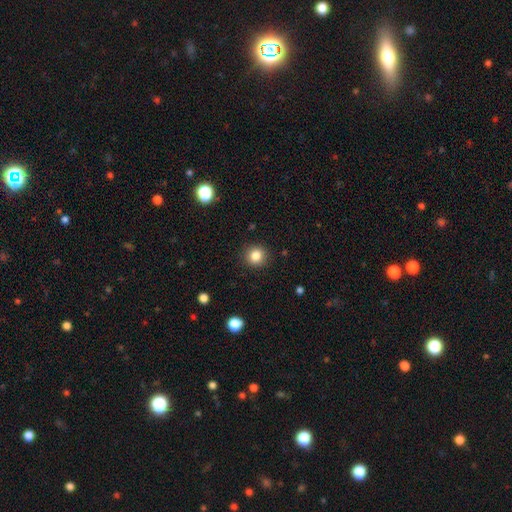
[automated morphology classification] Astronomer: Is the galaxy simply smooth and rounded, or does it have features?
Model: smooth — 84%.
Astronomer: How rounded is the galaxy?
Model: round — 90%.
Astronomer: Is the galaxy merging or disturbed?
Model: none — 91%.